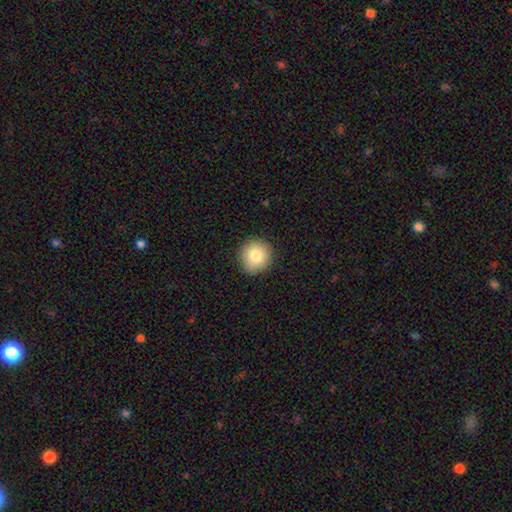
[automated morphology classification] The model was most divided on "smooth or featured": smooth: 82%, star or artifact: 9%, featured or disk: 9%. More confident: how rounded — round (94%); merging — none (90%).